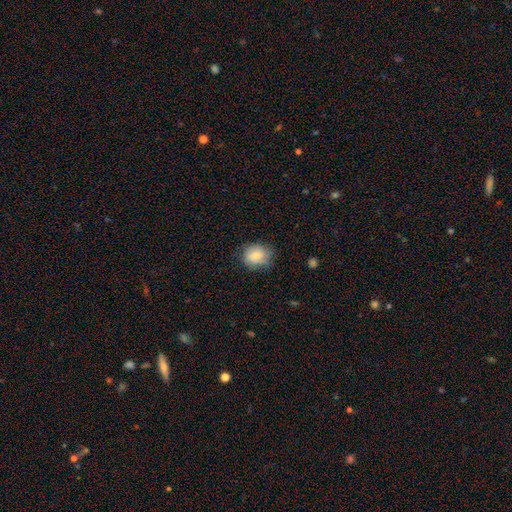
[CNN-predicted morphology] A smooth galaxy with no disk features (79%) that is round (64%). Merging: none (75%).